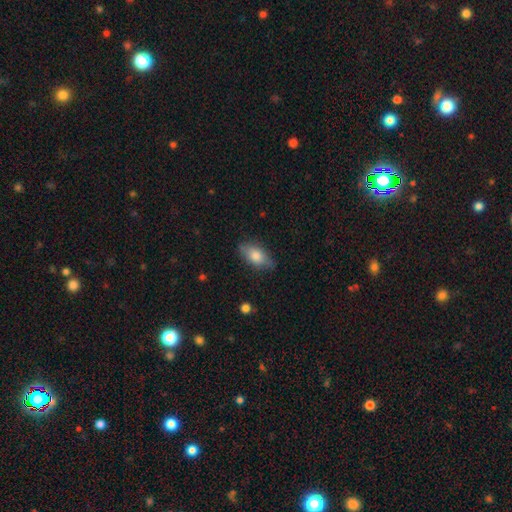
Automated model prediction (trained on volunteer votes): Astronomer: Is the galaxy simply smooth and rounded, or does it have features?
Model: smooth — 76%.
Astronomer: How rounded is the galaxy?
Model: in between — 88%.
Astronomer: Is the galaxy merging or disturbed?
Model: none — 76%.